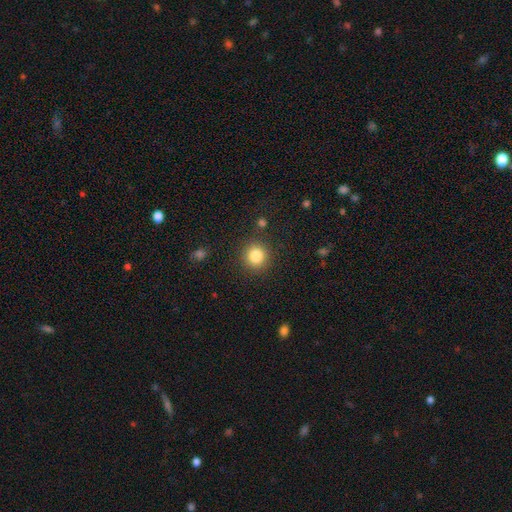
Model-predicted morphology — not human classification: Smooth or featured? smooth (85%)
How rounded? round (91%)
Merging? none (88%)